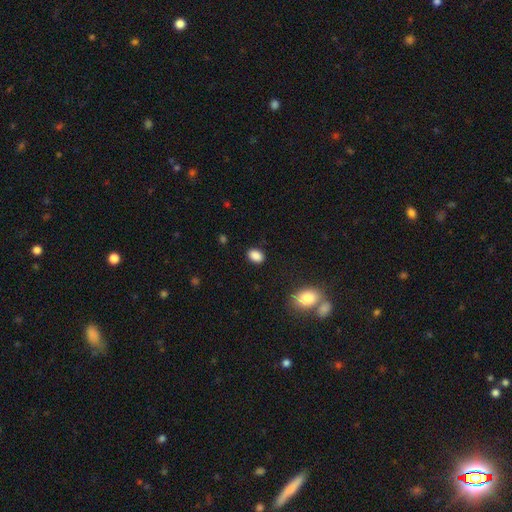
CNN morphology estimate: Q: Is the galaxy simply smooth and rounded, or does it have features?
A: smooth — 88%.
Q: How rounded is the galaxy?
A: in between — 75%.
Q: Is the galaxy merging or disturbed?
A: none — 87%.